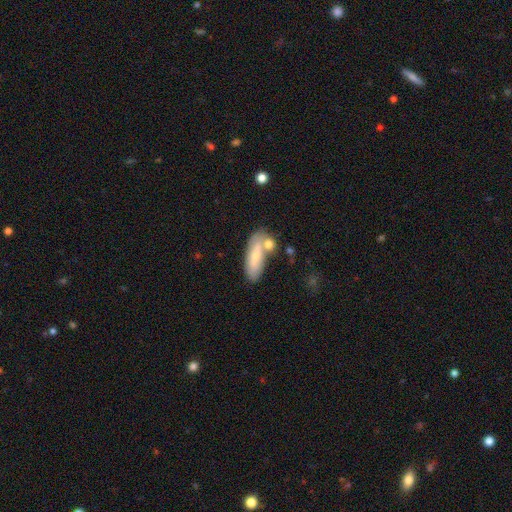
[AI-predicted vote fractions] This appears to be a smooth galaxy with no disk features (65%) that is in between round and cigar-shaped (60%). Merging: none (49%).